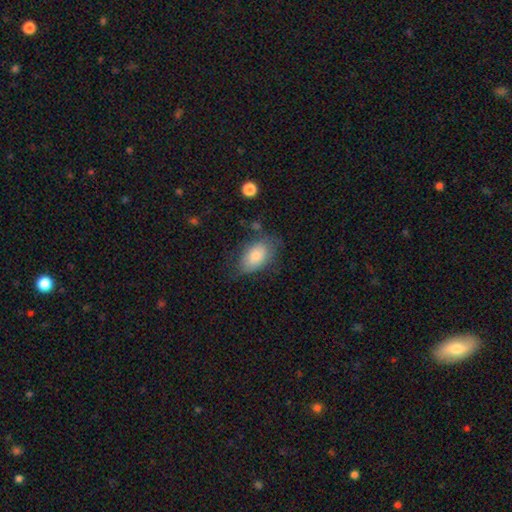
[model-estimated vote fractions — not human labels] smooth_or_featured: smooth (p=0.80) [alt: featured or disk p=0.13]
how_rounded: in between (p=0.92) [alt: round p=0.07]
merging: none (p=0.68) [alt: minor disturbance p=0.23]